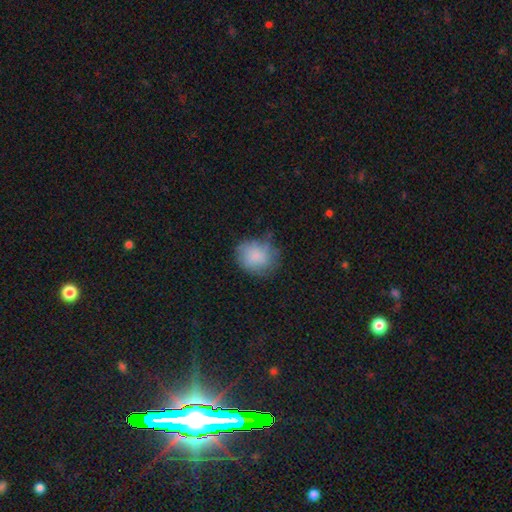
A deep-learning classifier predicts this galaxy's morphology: Smooth or featured? smooth (79%)
How rounded? round (68%)
Merging? none (55%)